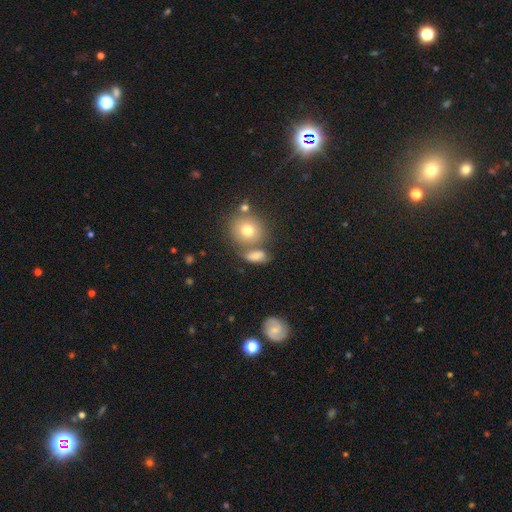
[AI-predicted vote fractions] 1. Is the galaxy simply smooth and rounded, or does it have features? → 76% smooth, 13% featured or disk, 11% star or artifact.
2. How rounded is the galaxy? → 68% in between, 25% round, 7% cigar-shaped.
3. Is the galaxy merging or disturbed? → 53% none, 24% merger, 16% minor disturbance, 7% major disturbance.